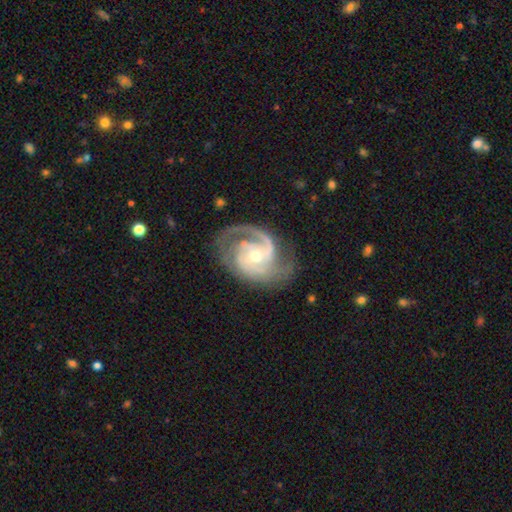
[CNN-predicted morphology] Smooth or featured? featured or disk (92%)
Edge-on disk? no (98%)
Bar? no (55%)
Spiral arms? yes (98%)
Spiral winding? medium (47%)
Spiral arm count? 2 (59%)
Bulge size? moderate (57%)
Merging? none (70%)